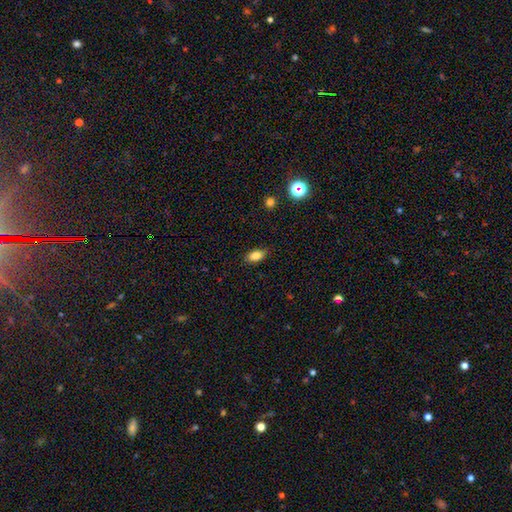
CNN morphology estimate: A smooth galaxy with no disk features (84%) that is in between round and cigar-shaped (88%).

Vote fractions:
- Smooth or featured? smooth: 84% / star or artifact: 9% / featured or disk: 8%
- How rounded? in between: 88% / round: 6% / cigar-shaped: 6%
- Merging? none: 85% / minor disturbance: 11% / major disturbance: 2% / merger: 1%